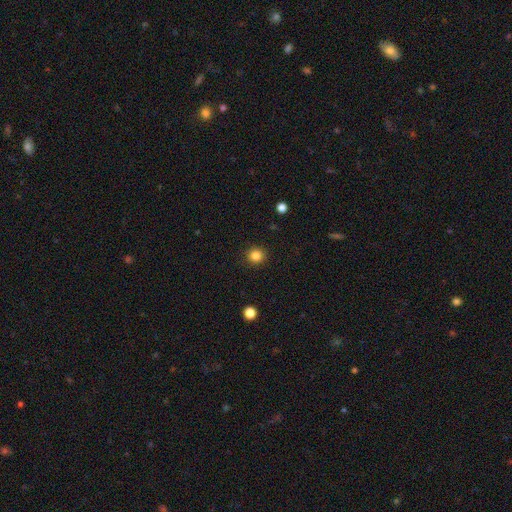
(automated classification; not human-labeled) This is clearly a smooth galaxy (84%). How rounded: clearly round (92%). Merging: clearly none (91%).